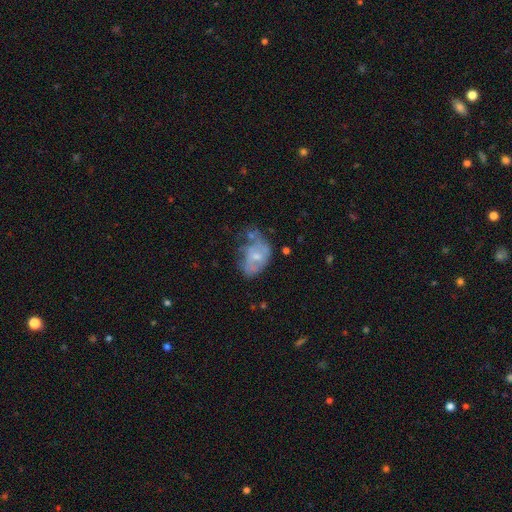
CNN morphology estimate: The model was most divided on "spiral arms" (2-way tie): no: 50%, yes: 50%; "merging" (3-way tie): minor disturbance: 30%, major disturbance: 30%, none: 30%, merger: 10%. More confident: edge-on disk — no (97%); bar — no (68%); smooth or featured — featured or disk (57%); bulge size — small (51%).